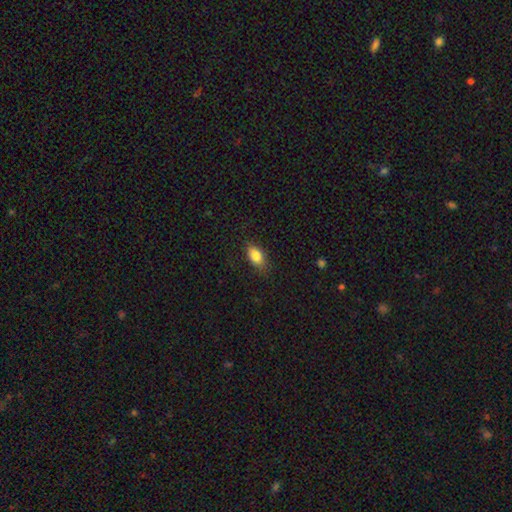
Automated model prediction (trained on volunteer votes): smooth_or_featured: smooth (p=0.83) [alt: featured or disk p=0.09]
how_rounded: in between (p=0.87) [alt: round p=0.07]
merging: none (p=0.80) [alt: minor disturbance p=0.15]